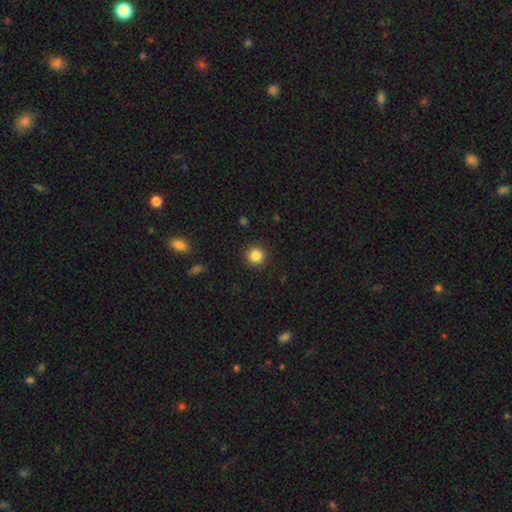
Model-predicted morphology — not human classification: Smooth or featured? Predicted: smooth (p=0.85). How rounded? Predicted: round (p=0.94). Merging? Predicted: none (p=0.92).